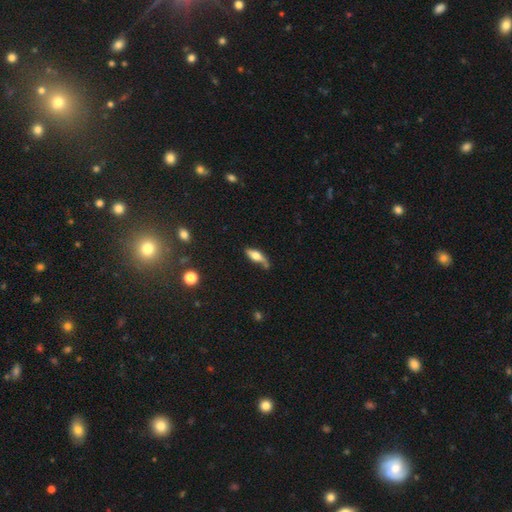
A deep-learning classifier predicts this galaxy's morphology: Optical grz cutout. It shows a smooth galaxy with no disk features (51%) that is in between round and cigar-shaped (53%). Merging: none (59%).